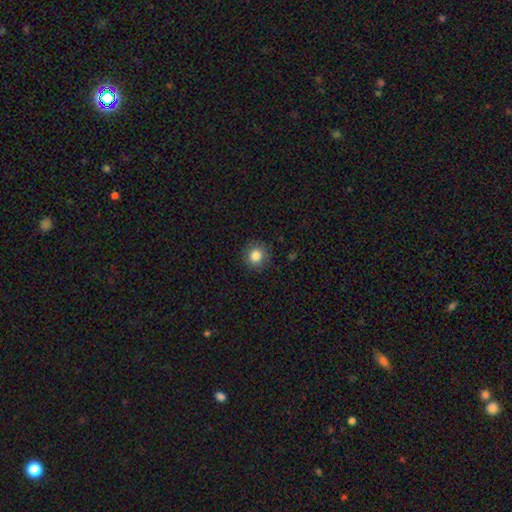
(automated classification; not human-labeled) This appears to be a smooth galaxy with no disk features (85%) that is round (89%). Merging: none (88%).